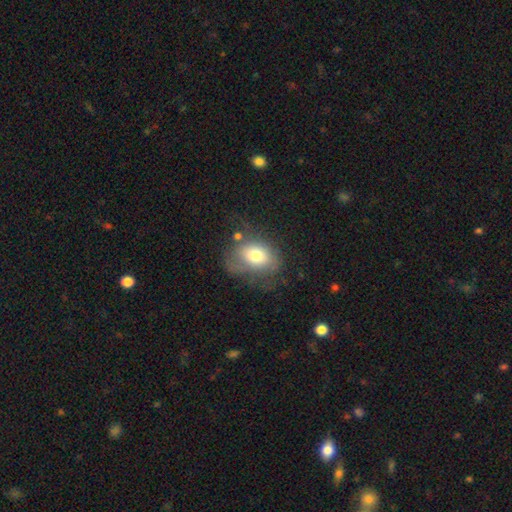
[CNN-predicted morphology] Q: Smooth or featured?
A: smooth (68%); runner-up: featured or disk (22%)
Q: How rounded?
A: in between (68%); runner-up: round (31%)
Q: Merging?
A: none (43%); runner-up: minor disturbance (26%)